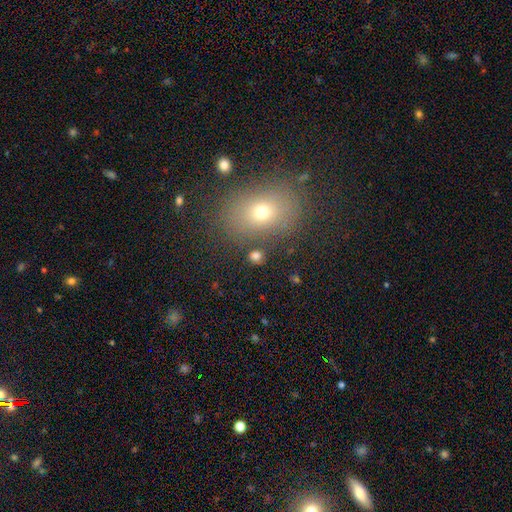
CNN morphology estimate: This is likely a smooth galaxy (75%). How rounded: likely round (66%). Merging: clearly none (81%).